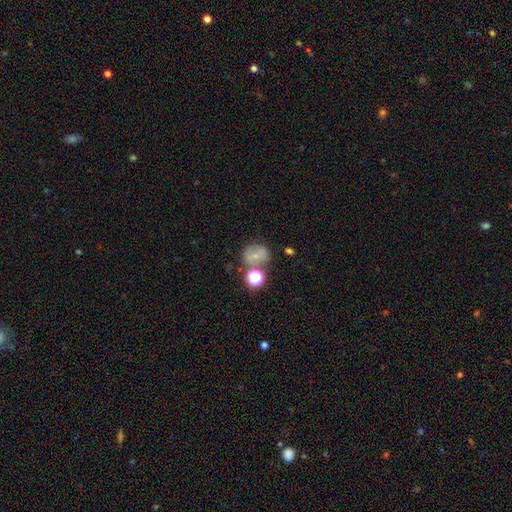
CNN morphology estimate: The model was most divided on "smooth or featured": smooth: 56%, featured or disk: 25%, star or artifact: 18%. More confident: how rounded — round (70%); merging — none (58%).